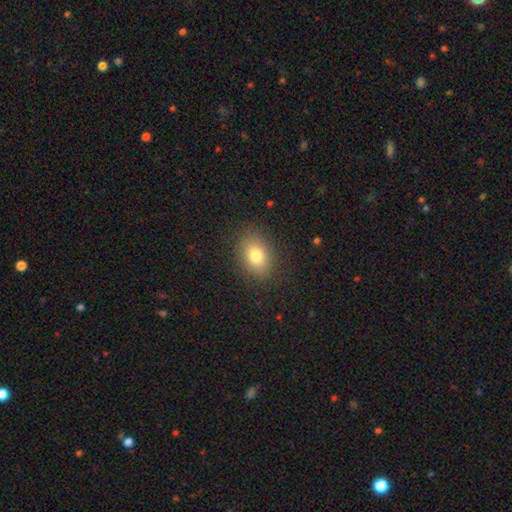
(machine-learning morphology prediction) type=smooth (79%); roundness=in between (70%); merging=none (87%).